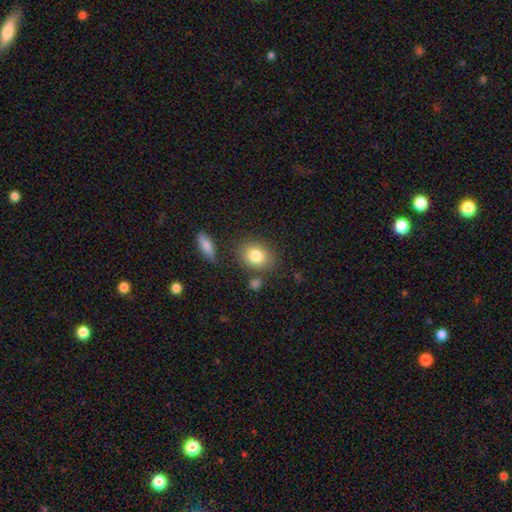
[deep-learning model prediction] Q: Smooth or featured?
A: smooth (82%); runner-up: featured or disk (10%)
Q: How rounded?
A: round (51%); runner-up: in between (47%)
Q: Merging?
A: none (76%); runner-up: minor disturbance (13%)